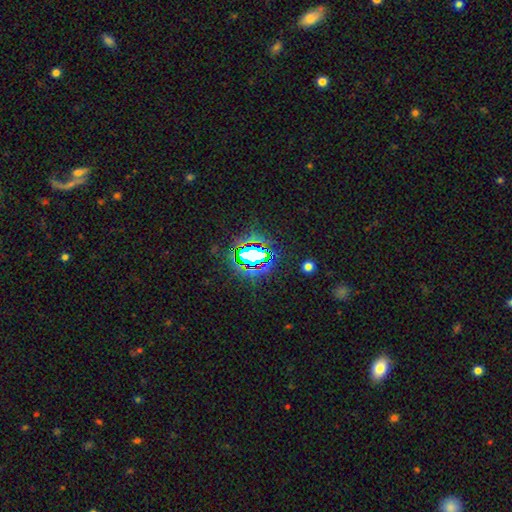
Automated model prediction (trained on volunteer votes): Overall: star or artifact (73%).